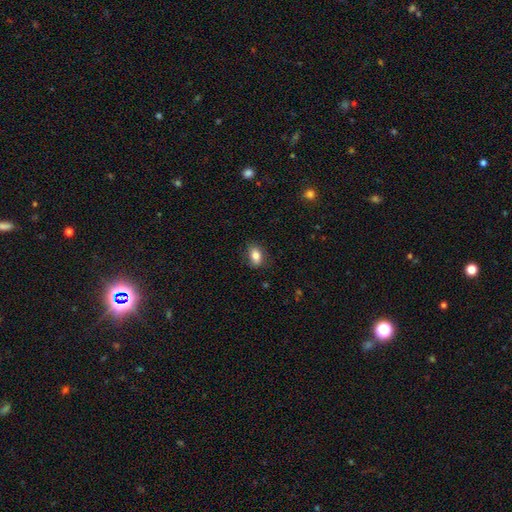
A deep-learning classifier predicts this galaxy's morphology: This appears to be a smooth galaxy with no disk features (81%) that is in between round and cigar-shaped (82%). Merging: none (80%).